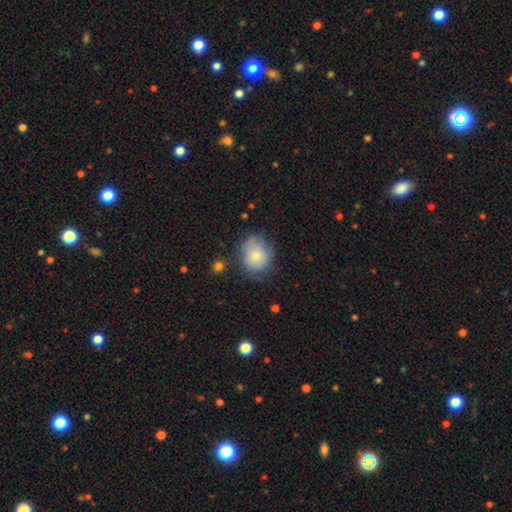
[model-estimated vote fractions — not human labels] This appears to be a smooth galaxy with no disk features (74%) that is round (66%). Merging: none (63%).